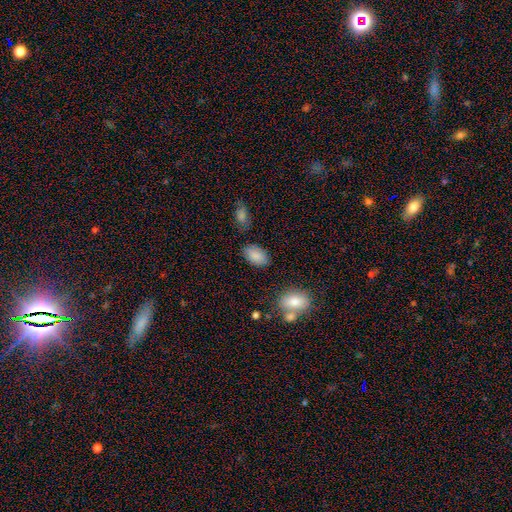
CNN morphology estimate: smooth 86%, star or artifact 8%, featured or disk 6%. Down the decision tree: how rounded — in between (93%); merging — none (80%).